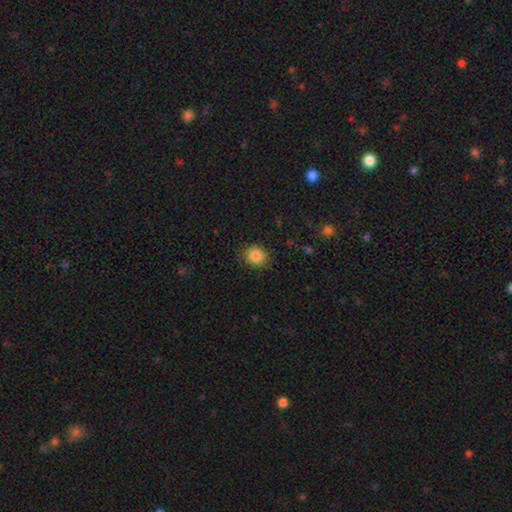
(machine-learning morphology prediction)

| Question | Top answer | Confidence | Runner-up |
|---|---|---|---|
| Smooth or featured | smooth | 87% | star or artifact (10%) |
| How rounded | round | 76% | in between (23%) |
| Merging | none | 86% | minor disturbance (10%) |